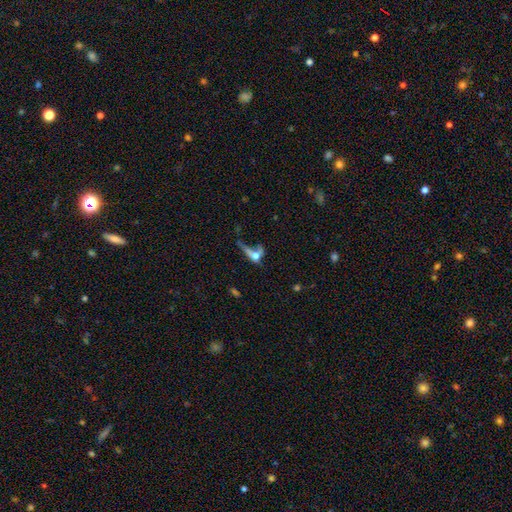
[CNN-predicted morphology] Smooth or featured: smooth — 47% (featured or disk — 39%)
Merging: major disturbance — 39% (none — 24%)